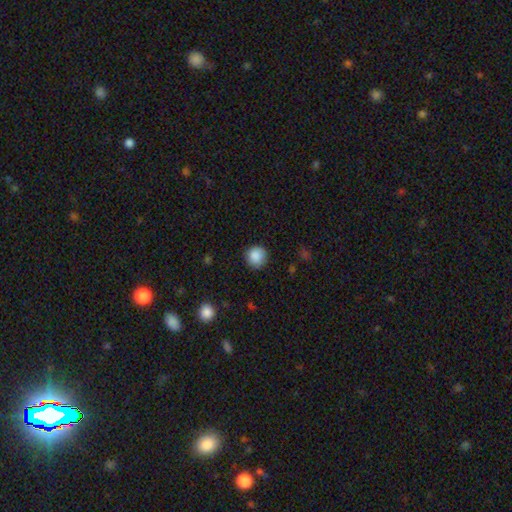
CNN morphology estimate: Q: Smooth or featured?
A: smooth (88%); runner-up: star or artifact (9%)
Q: How rounded?
A: round (93%); runner-up: in between (6%)
Q: Merging?
A: none (86%); runner-up: minor disturbance (10%)